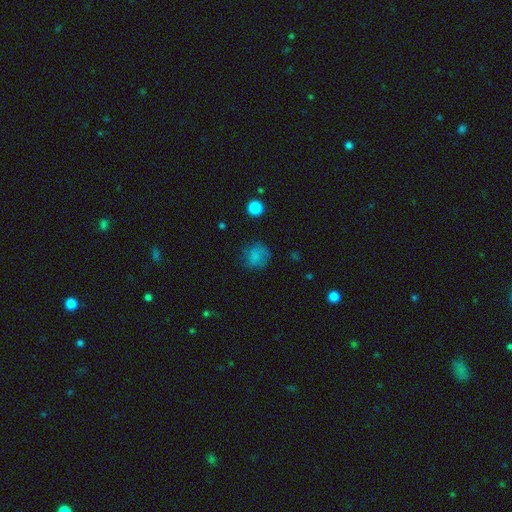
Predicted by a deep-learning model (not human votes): Morphology: type=smooth (77%); roundness=round (81%); merging=none (68%).